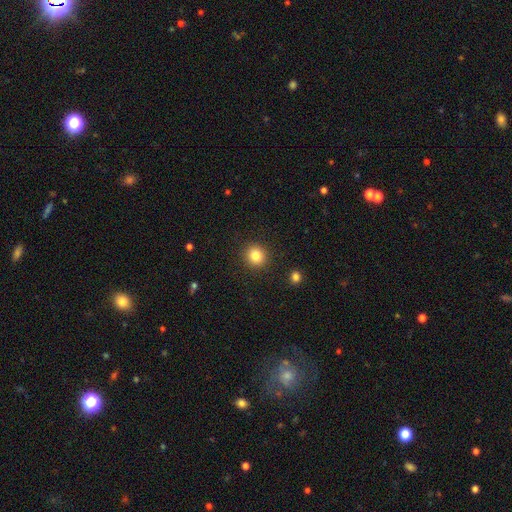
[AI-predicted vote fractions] Q: Smooth or featured?
A: smooth (83%); runner-up: star or artifact (11%)
Q: How rounded?
A: round (91%); runner-up: in between (9%)
Q: Merging?
A: none (91%); runner-up: minor disturbance (5%)